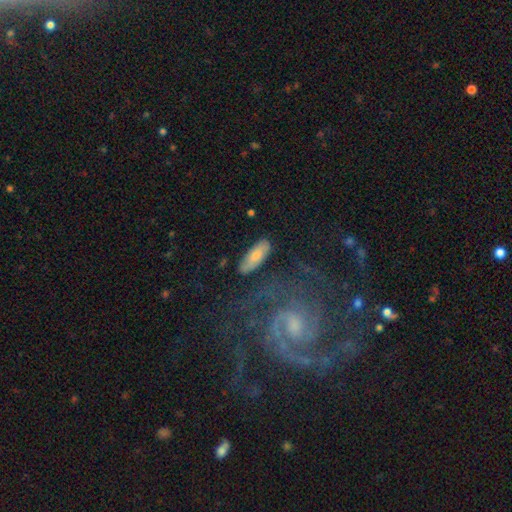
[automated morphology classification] Smooth or featured? Predicted: smooth (p=0.68). How rounded? Predicted: in between (p=0.64). Merging? Predicted: none (p=0.78).